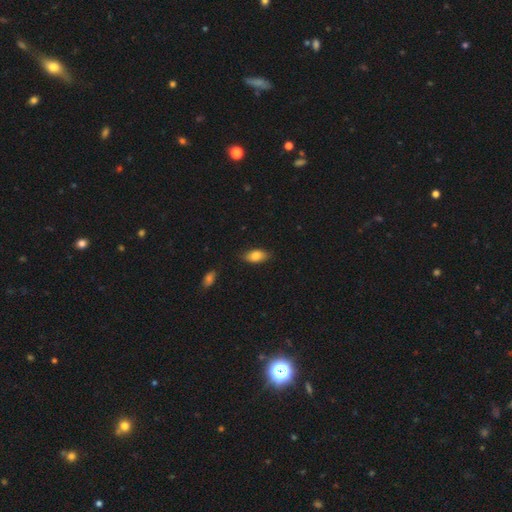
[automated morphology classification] Q: Smooth or featured?
A: smooth (82%); runner-up: featured or disk (11%)
Q: How rounded?
A: in between (91%); runner-up: cigar-shaped (5%)
Q: Merging?
A: none (81%); runner-up: minor disturbance (15%)